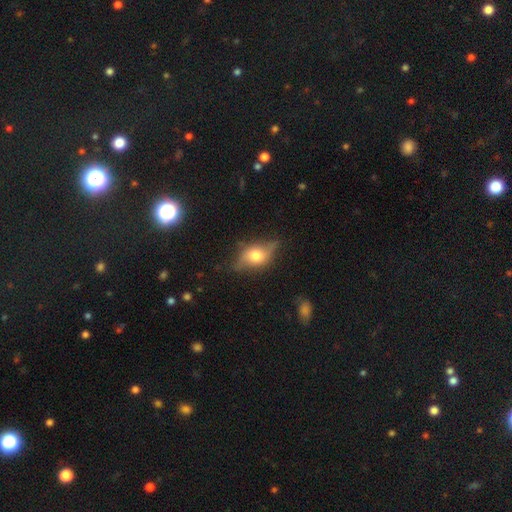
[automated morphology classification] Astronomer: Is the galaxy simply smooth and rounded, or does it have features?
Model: featured or disk — 48% (runner-up: smooth, 44%).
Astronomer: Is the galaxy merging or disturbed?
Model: none — 65%.